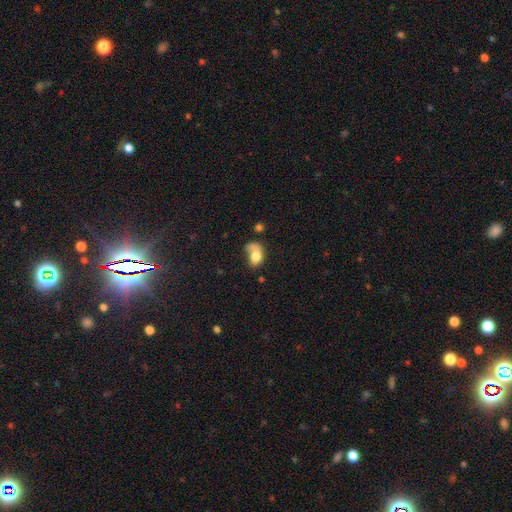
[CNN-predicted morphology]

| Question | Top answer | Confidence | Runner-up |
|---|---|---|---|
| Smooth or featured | smooth | 74% | featured or disk (17%) |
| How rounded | in between | 79% | round (19%) |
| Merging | major disturbance | 31% | minor disturbance (26%) |